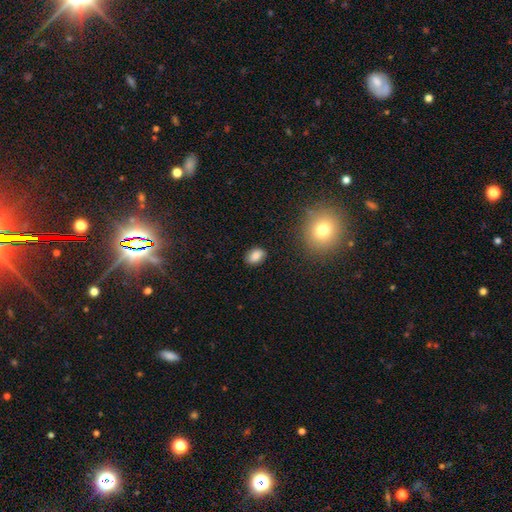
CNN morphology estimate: Q: Smooth or featured?
A: smooth (84%); runner-up: star or artifact (10%)
Q: How rounded?
A: in between (79%); runner-up: round (19%)
Q: Merging?
A: none (86%); runner-up: minor disturbance (10%)